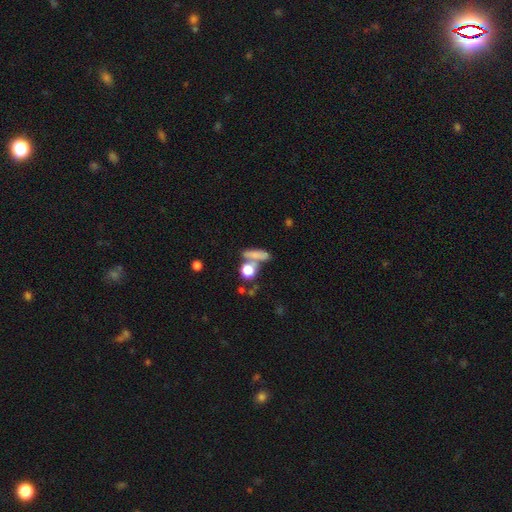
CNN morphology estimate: smooth_or_featured: smooth (p=0.72) [alt: featured or disk p=0.15]
how_rounded: cigar-shaped (p=0.43) [alt: in between p=0.31]
merging: none (p=0.53) [alt: merger p=0.27]